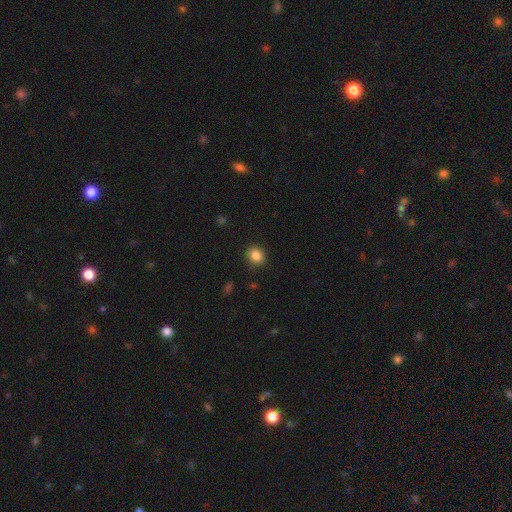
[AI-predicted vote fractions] Smooth or featured: smooth — 85% (star or artifact — 10%)
How rounded: round — 70% (in between — 29%)
Merging: none — 90% (minor disturbance — 7%)